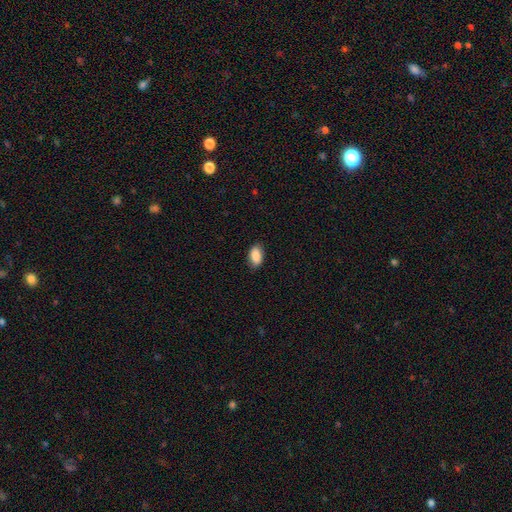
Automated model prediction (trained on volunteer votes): This is clearly a smooth galaxy (88%). How rounded: clearly in between (92%). Merging: clearly none (84%).